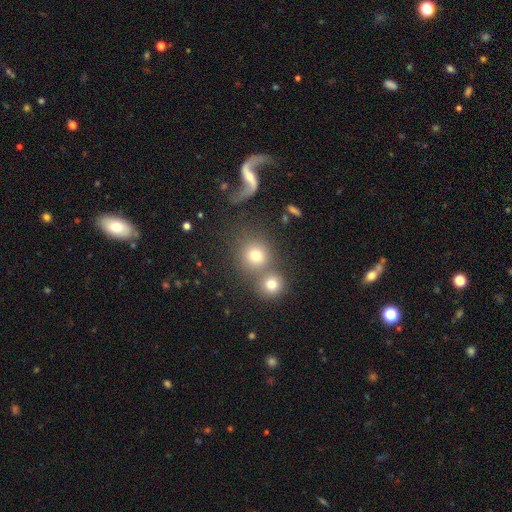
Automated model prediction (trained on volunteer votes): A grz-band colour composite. It shows a smooth galaxy with no disk features (64%) that is round (89%). Merging: none (60%).